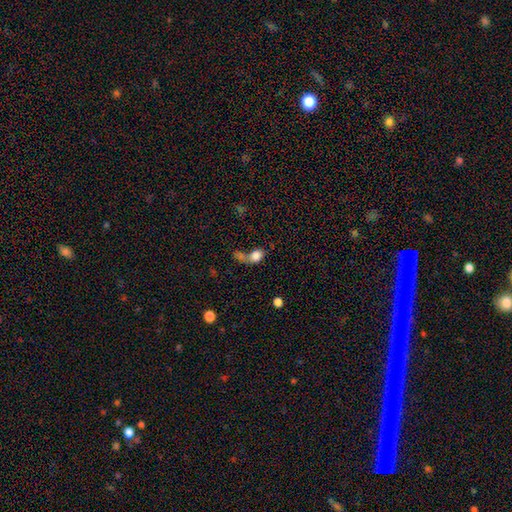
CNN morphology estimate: smooth 81%, star or artifact 10%, featured or disk 9%. Down the decision tree: how rounded — in between (70%); merging — merger (55%).